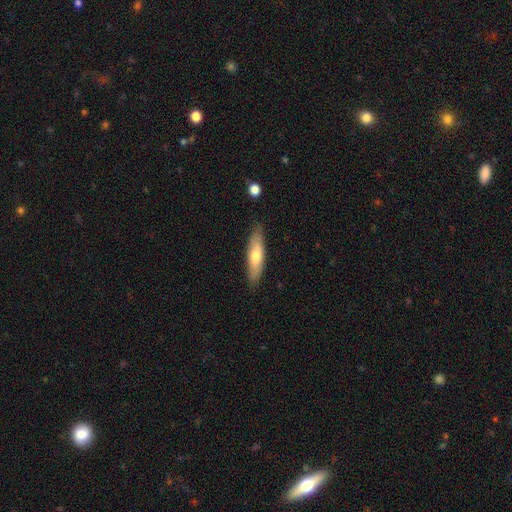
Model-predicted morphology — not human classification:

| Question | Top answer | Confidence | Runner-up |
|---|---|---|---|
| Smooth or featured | smooth | 63% | featured or disk (32%) |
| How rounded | cigar-shaped | 69% | in between (29%) |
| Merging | none | 85% | minor disturbance (11%) |